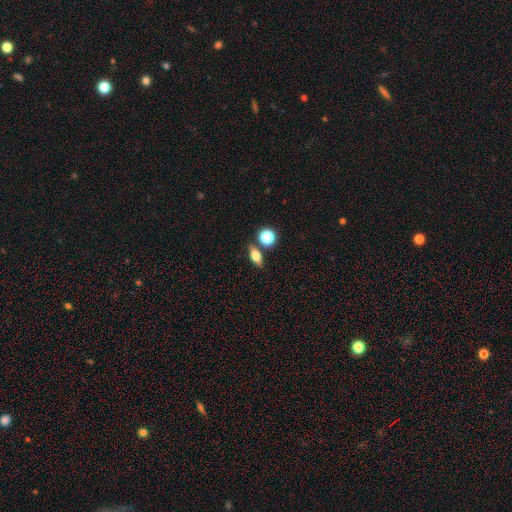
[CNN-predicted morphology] A smooth galaxy with no disk features (69%) that is in between round and cigar-shaped (70%).

Vote fractions:
- Smooth or featured? smooth: 69% / featured or disk: 19% / star or artifact: 12%
- How rounded? in between: 70% / round: 16% / cigar-shaped: 14%
- Merging? none: 75% / minor disturbance: 11% / merger: 10% / major disturbance: 3%